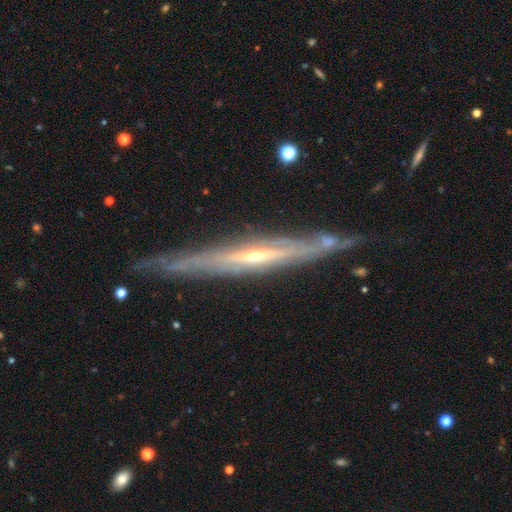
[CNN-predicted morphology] smooth_or_featured: featured or disk (p=0.84) [alt: smooth p=0.10]
disk_edge_on: yes (p=0.90) [alt: no p=0.10]
edge_on_bulge: rounded (p=0.57) [alt: none p=0.37]
merging: none (p=0.76) [alt: minor disturbance p=0.17]